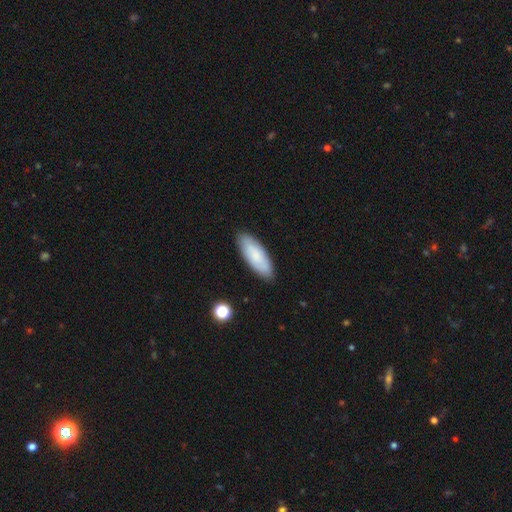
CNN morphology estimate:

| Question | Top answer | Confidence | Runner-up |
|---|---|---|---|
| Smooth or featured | smooth | 80% | featured or disk (14%) |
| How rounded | in between | 67% | cigar-shaped (32%) |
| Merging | none | 87% | minor disturbance (10%) |